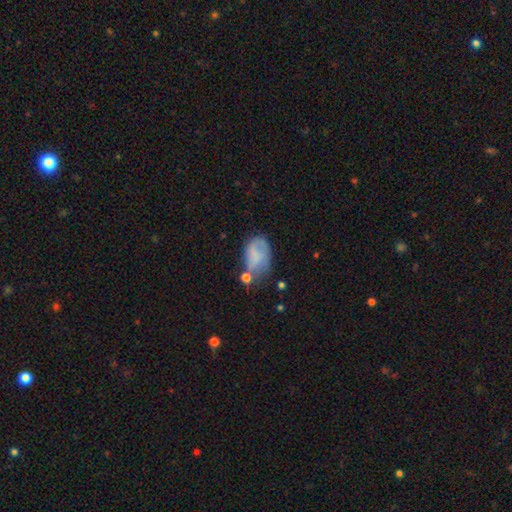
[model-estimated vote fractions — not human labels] Overall: smooth (61%; featured or disk 29%). How rounded: in between (86%). Merging: none (35%; minor disturbance 31%).